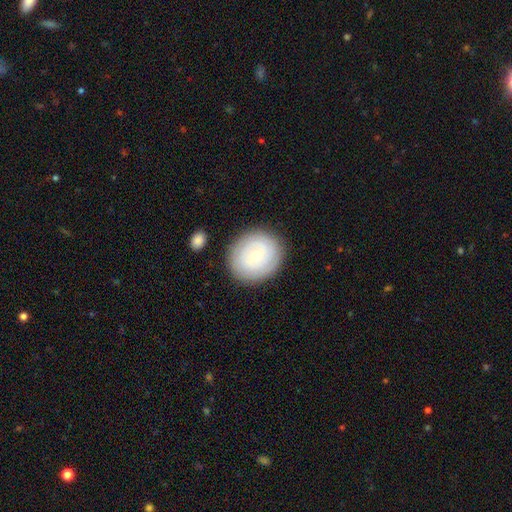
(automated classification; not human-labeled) A featured or disk galaxy (53%) with no bar (82%), spiral arms (60%) and a small central bulge (48%, tied with moderate).

Vote fractions:
- Smooth or featured? featured or disk: 53% / smooth: 40% / star or artifact: 7%
- Edge-on disk? no: 96% / yes: 4%
- Bar? no: 82% / weak: 15% / strong: 4%
- Spiral arms? yes: 60% / no: 40%
- Bulge size? small: 48% (tied) / moderate: 48% (tied) / large: 2% / dominant: 1% / none: 1%
- Merging? none: 86% / minor disturbance: 10% / major disturbance: 3% / merger: 2%